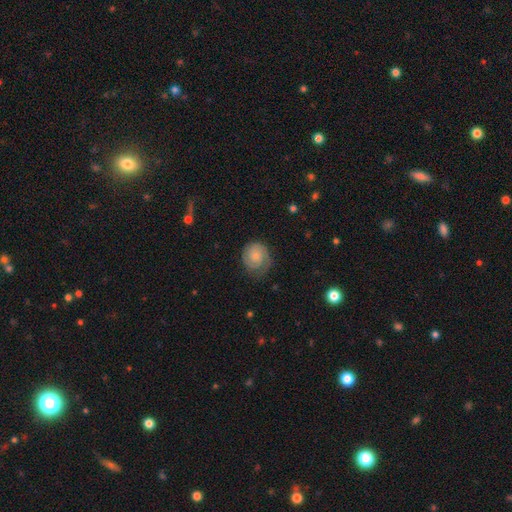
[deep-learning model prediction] The model was most divided on "smooth or featured": featured or disk: 53%, smooth: 40%, star or artifact: 7%. More confident: edge-on disk — no (98%); spiral arms — yes (90%); bar — no (76%); merging — none (66%); bulge size — small (50%).